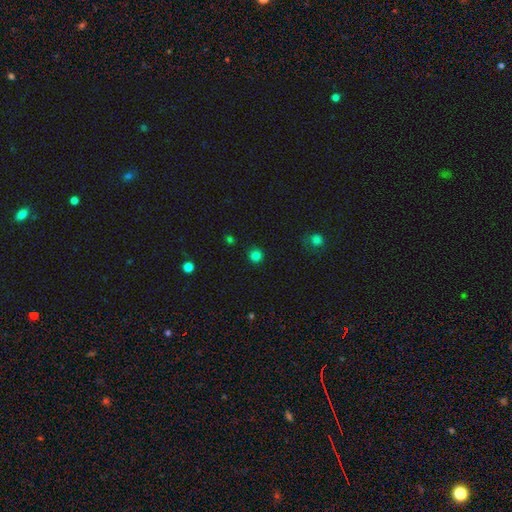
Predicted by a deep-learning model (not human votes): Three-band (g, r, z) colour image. It shows a smooth galaxy with no disk features (81%) that is round (94%). Merging: none (91%).